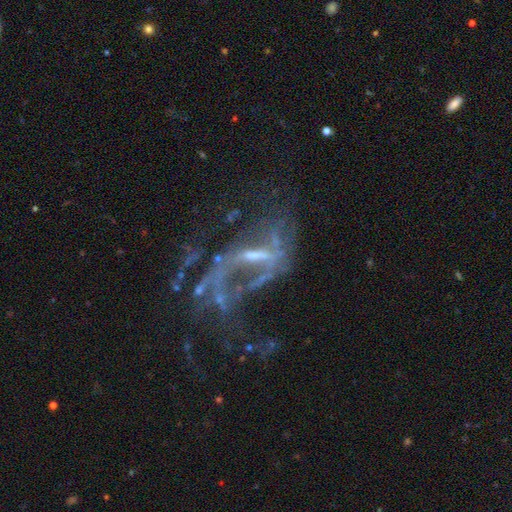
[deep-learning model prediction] Q: Smooth or featured?
A: featured or disk (75%); runner-up: star or artifact (17%)
Q: Edge-on disk?
A: no (93%); runner-up: yes (7%)
Q: Bar?
A: strong (35%); tied with: weak (35%)
Q: Spiral arms?
A: yes (54%); runner-up: no (46%)
Q: Bulge size?
A: small (45%); runner-up: none (29%)
Q: Merging?
A: major disturbance (49%); runner-up: none (28%)